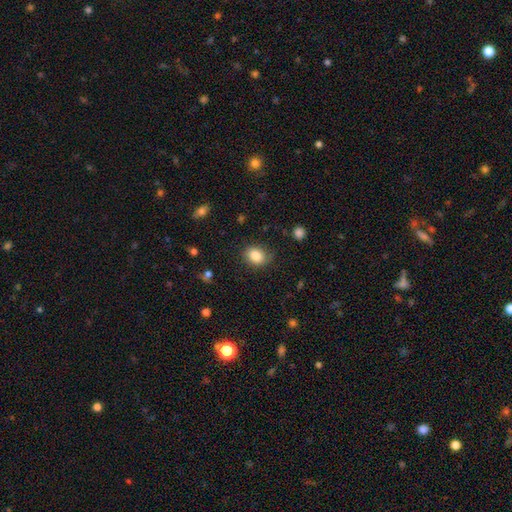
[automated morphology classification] Smooth or featured?
  - smooth: 84% *
  - star or artifact: 9%
  - featured or disk: 7%
How rounded?
  - in between: 53% *
  - round: 46%
  - cigar-shaped: 1%
Merging?
  - none: 75% *
  - minor disturbance: 19%
  - major disturbance: 5%
  - merger: 1%